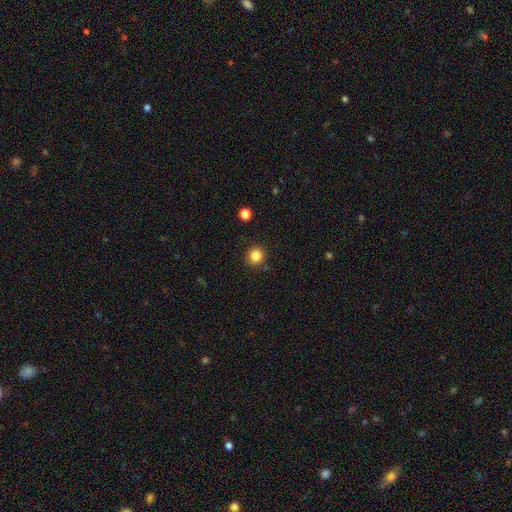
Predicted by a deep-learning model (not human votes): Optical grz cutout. It shows a smooth galaxy with no disk features (84%) that is round (90%). Merging: none (88%).